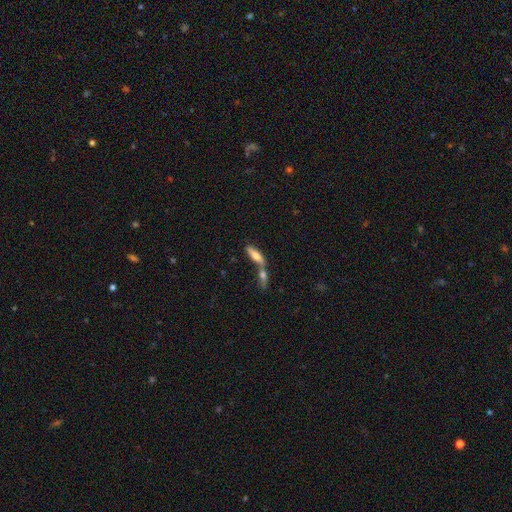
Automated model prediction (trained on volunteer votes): Smooth or featured: smooth — 67% (featured or disk — 25%)
How rounded: cigar-shaped — 50% (in between — 48%)
Merging: merger — 60% (none — 29%)